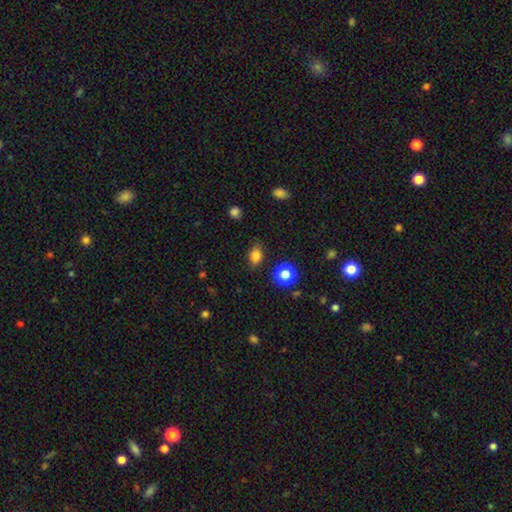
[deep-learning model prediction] This appears to be a smooth galaxy with no disk features (82%) that is in between round and cigar-shaped (69%). Merging: none (82%).